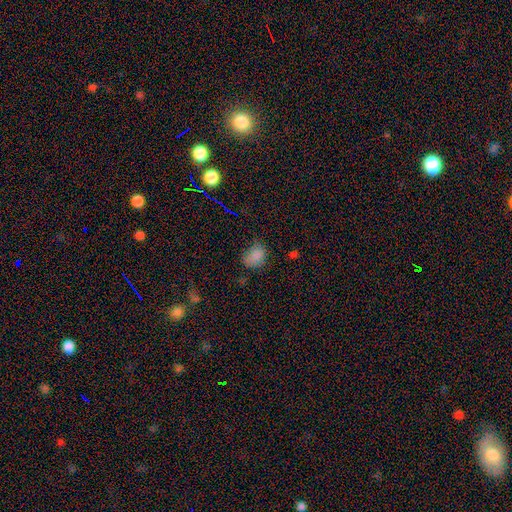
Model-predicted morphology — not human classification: The model was most divided on "merging": none: 58%, minor disturbance: 30%, major disturbance: 9%, merger: 2%. More confident: smooth or featured — smooth (81%); how rounded — in between (74%).